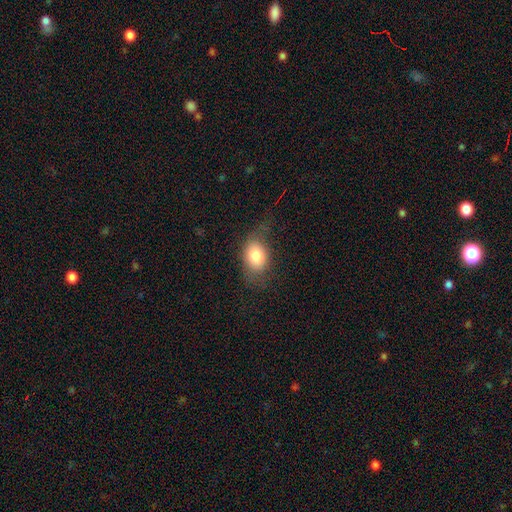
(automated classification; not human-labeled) Overall: smooth (79%). How rounded: in between (77%). Merging: none (53%; minor disturbance 27%).